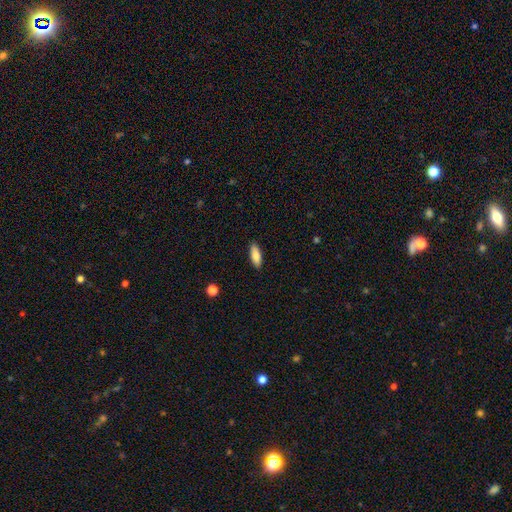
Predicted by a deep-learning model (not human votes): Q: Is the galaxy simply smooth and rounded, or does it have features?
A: smooth — 86%.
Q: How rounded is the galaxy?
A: in between — 66%.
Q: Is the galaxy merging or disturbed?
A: none — 89%.